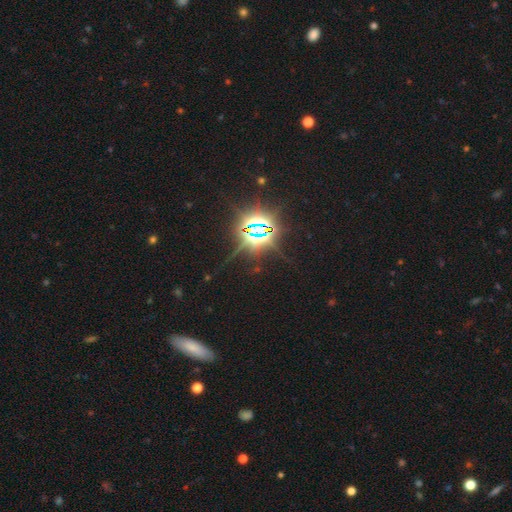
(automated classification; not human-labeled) Smooth or featured? star or artifact (81%)